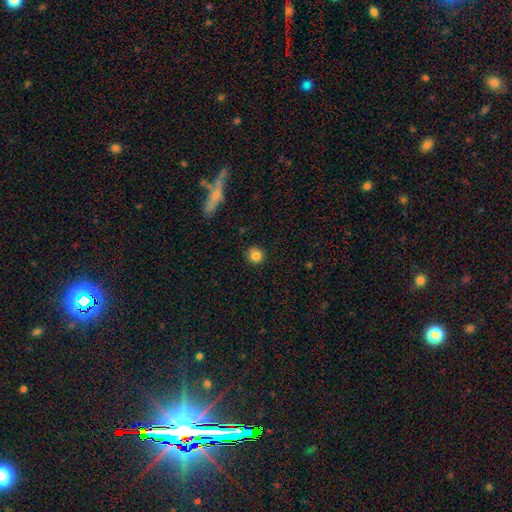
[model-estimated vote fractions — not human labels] Morphology: type=smooth (83%); roundness=round (92%); merging=none (88%).